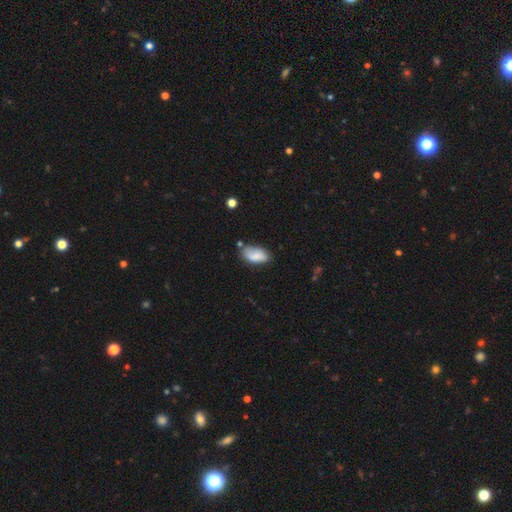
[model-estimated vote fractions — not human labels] This is clearly a smooth galaxy (80%). How rounded: clearly in between (93%). Merging: possibly none (56%).